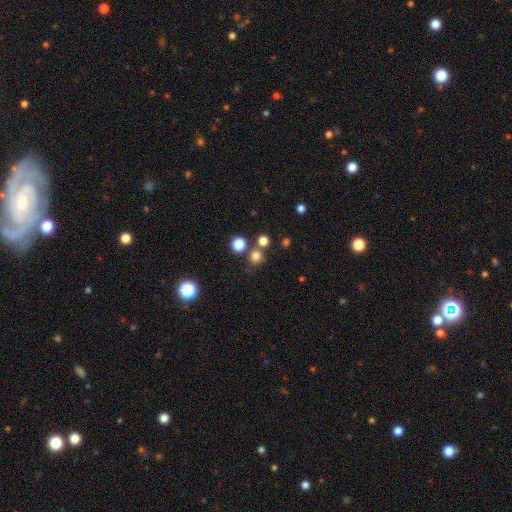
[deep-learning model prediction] The model was most divided on "merging": none: 73%, merger: 16%, minor disturbance: 8%, major disturbance: 4%. More confident: how rounded — round (90%); smooth or featured — smooth (75%).